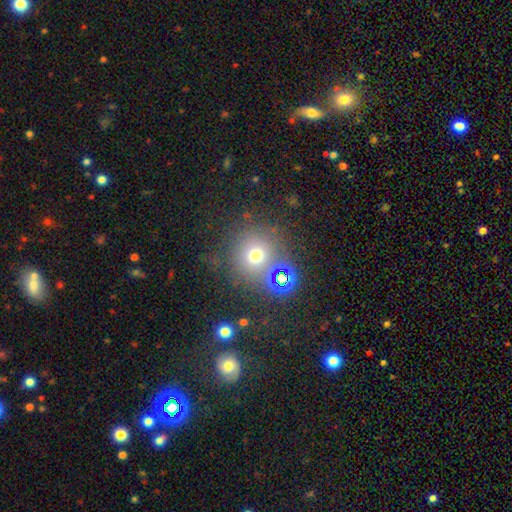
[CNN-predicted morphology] smooth-or-featured: smooth: 65% | star or artifact: 24% | featured or disk: 10%
  how-rounded: round: 91% | in between: 8% | cigar-shaped: 1%
  merging: none: 72% | minor disturbance: 11% | merger: 11% | major disturbance: 6%